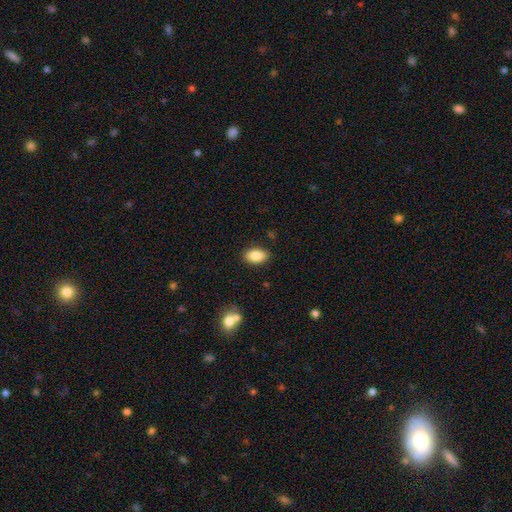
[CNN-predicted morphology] The model was most divided on "merging": none: 87%, minor disturbance: 10%, major disturbance: 2%, merger: 2%. More confident: how rounded — in between (90%); smooth or featured — smooth (86%).